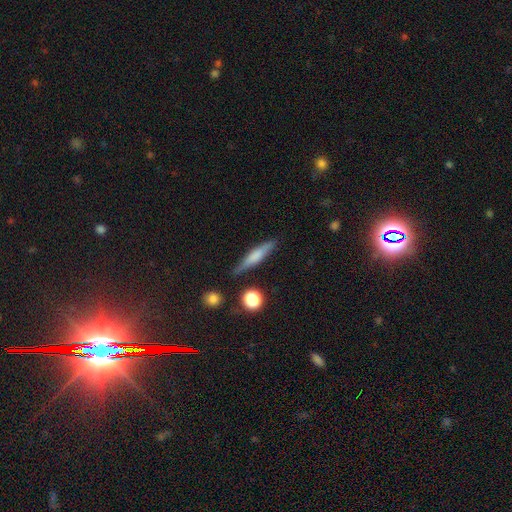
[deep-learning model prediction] Smooth or featured?
  - smooth: 51% *
  - featured or disk: 41%
  - star or artifact: 8%
How rounded?
  - cigar-shaped: 83% *
  - in between: 14%
  - round: 3%
Merging?
  - none: 83% *
  - minor disturbance: 11%
  - merger: 3%
  - major disturbance: 3%